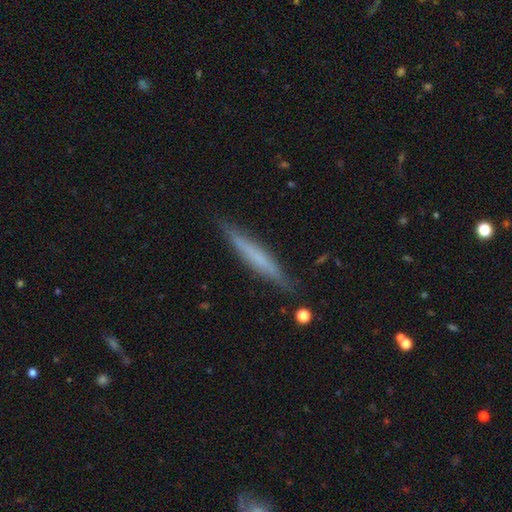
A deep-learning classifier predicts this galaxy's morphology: Overall: smooth (51%; featured or disk 42%). How rounded: cigar-shaped (95%). Merging: none (87%).